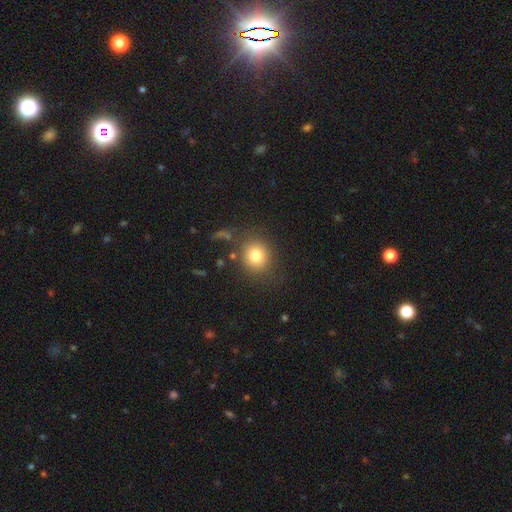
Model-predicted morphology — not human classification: A smooth galaxy with no disk features (80%) that is round (83%).

Vote fractions:
- Smooth or featured? smooth: 80% / star or artifact: 11% / featured or disk: 9%
- How rounded? round: 83% / in between: 16% / cigar-shaped: 1%
- Merging? none: 79% / minor disturbance: 11% / major disturbance: 6% / merger: 4%